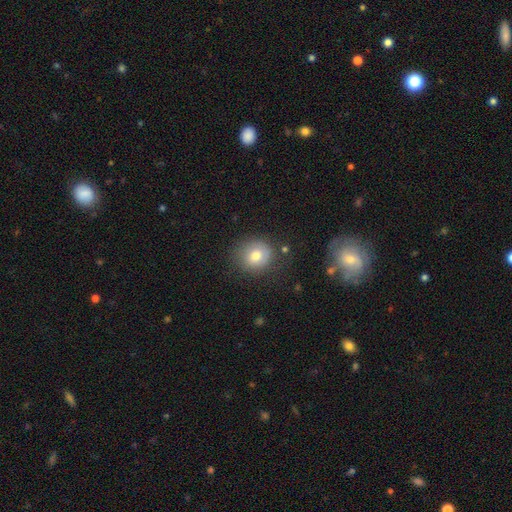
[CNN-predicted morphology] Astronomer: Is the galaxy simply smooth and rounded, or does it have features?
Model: smooth — 74%.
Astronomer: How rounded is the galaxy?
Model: round — 80%.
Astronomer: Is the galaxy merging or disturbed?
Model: none — 75%.